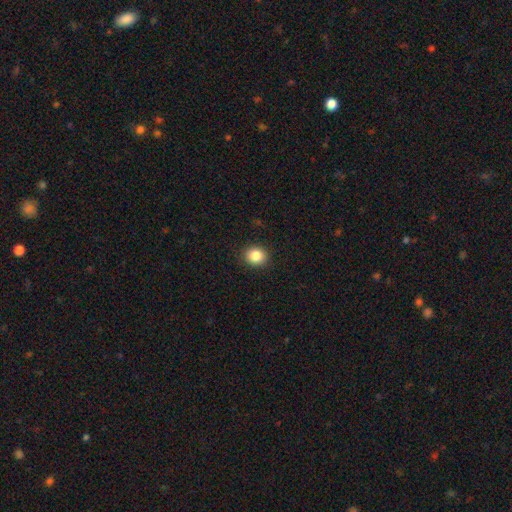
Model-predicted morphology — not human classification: Overall: smooth (86%). How rounded: round (72%). Merging: none (90%).